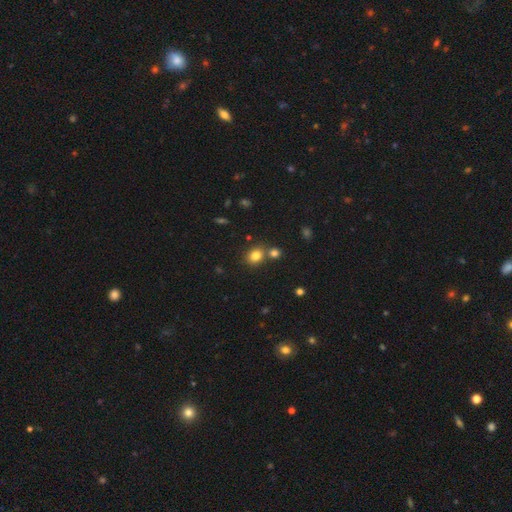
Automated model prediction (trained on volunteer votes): smooth 81%, star or artifact 12%, featured or disk 7%. Down the decision tree: how rounded — round (57%); merging — none (63%).